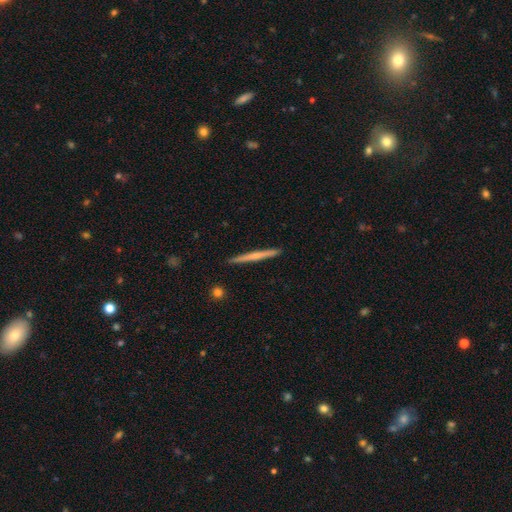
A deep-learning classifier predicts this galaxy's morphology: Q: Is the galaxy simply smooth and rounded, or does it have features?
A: featured or disk — 50%.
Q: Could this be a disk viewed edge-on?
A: yes — 98%.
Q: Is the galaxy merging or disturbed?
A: none — 93%.